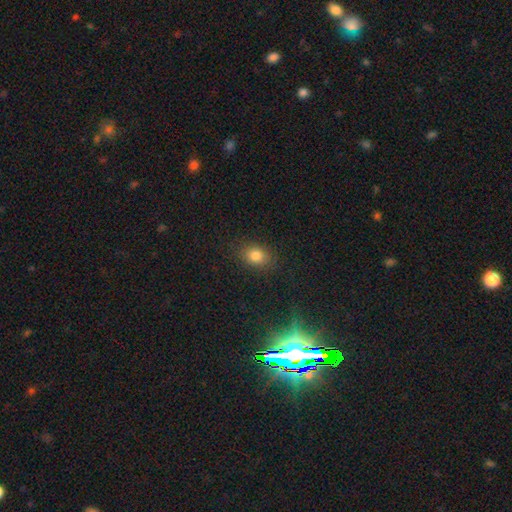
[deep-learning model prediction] A smooth galaxy with no disk features (81%) that is in between round and cigar-shaped (59%).

Vote fractions:
- Smooth or featured? smooth: 81% / star or artifact: 13% / featured or disk: 7%
- How rounded? in between: 59% / round: 39% / cigar-shaped: 1%
- Merging? none: 84% / minor disturbance: 11% / major disturbance: 4% / merger: 1%